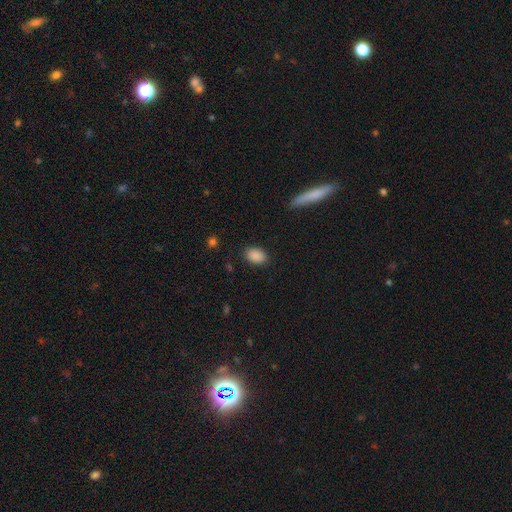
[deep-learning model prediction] This appears to be a smooth galaxy with no disk features (89%) that is in between round and cigar-shaped (84%). Merging: none (86%).